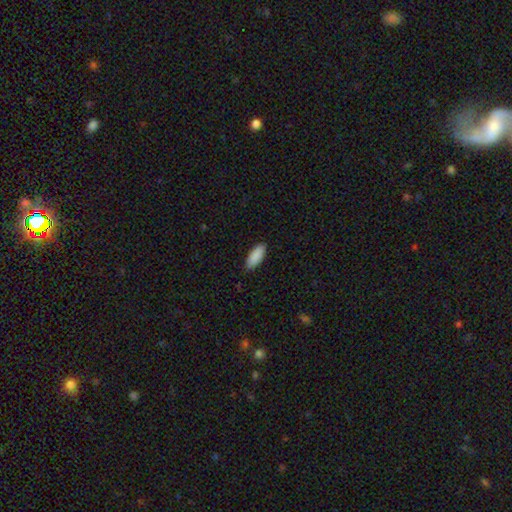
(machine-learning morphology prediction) type=smooth (91%); roundness=in between (79%); merging=none (87%).